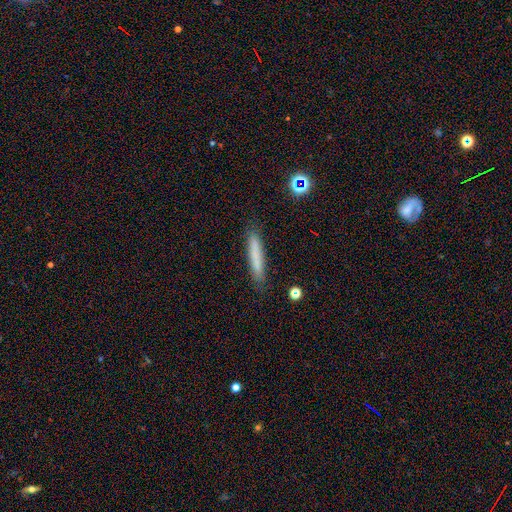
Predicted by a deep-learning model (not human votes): Smooth or featured? smooth (74%)
How rounded? cigar-shaped (94%)
Merging? none (86%)